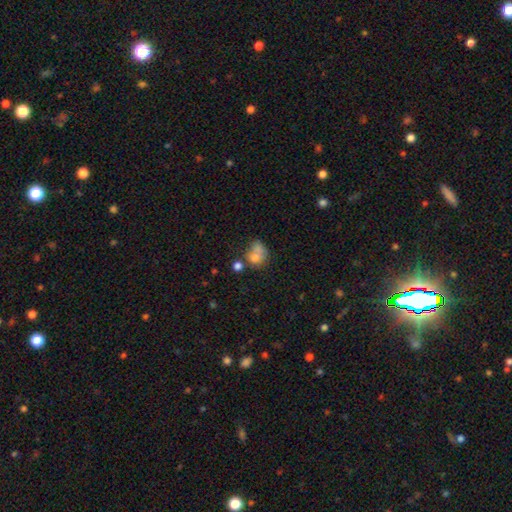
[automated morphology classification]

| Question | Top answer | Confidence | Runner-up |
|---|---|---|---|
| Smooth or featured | smooth | 73% | featured or disk (16%) |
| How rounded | round | 63% | in between (36%) |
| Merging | merger | 36% | none (34%) |